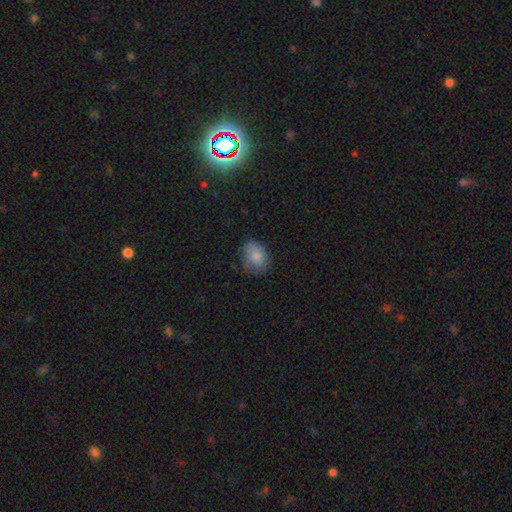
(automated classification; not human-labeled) Smooth or featured? Predicted: smooth (p=0.84). How rounded? Predicted: in between (p=0.57). Merging? Predicted: none (p=0.70).